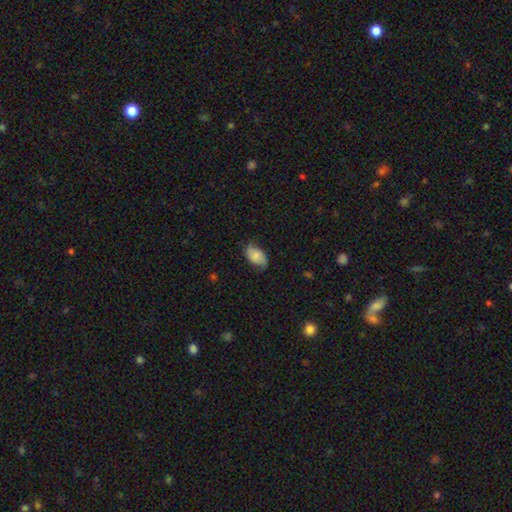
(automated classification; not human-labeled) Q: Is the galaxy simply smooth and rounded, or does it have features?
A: smooth — 60%.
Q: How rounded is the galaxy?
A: in between — 92%.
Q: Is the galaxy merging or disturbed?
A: none — 68%.